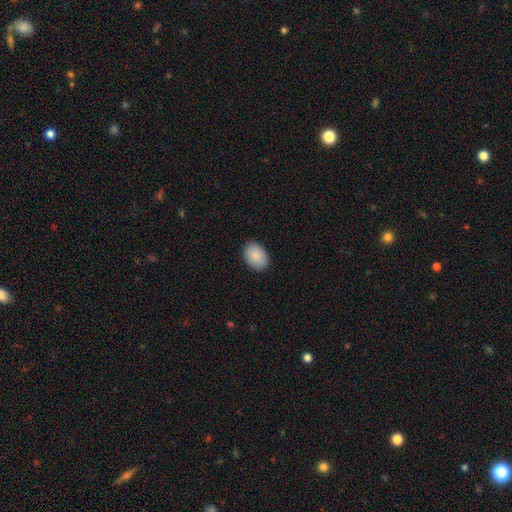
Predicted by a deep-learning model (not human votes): Smooth or featured: smooth — 89% (star or artifact — 6%)
How rounded: in between — 81% (round — 18%)
Merging: none — 89% (minor disturbance — 8%)